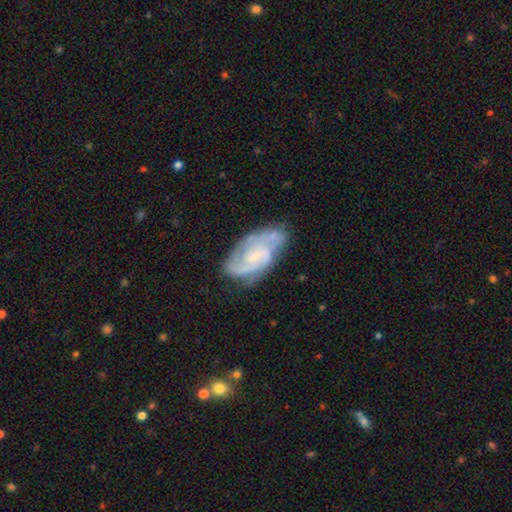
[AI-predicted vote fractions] Smooth or featured?
  - featured or disk: 81% *
  - smooth: 13%
  - star or artifact: 6%
Edge-on disk?
  - no: 96% *
  - yes: 4%
Bar?
  - no: 48% *
  - weak: 43%
  - strong: 9%
Spiral arms?
  - yes: 94% *
  - no: 6%
Spiral winding?
  - medium: 45% *
  - tight: 43%
  - loose: 12%
Spiral arm count?
  - 2: 56% *
  - 3: 17%
  - can't tell: 17%
  - 1: 4%
  - 4: 3%
  - more than 4: 2%
Bulge size?
  - small: 59% *
  - moderate: 23%
  - none: 15%
  - large: 2%
  - dominant: 1%
Merging?
  - none: 62% *
  - minor disturbance: 25%
  - major disturbance: 10%
  - merger: 4%